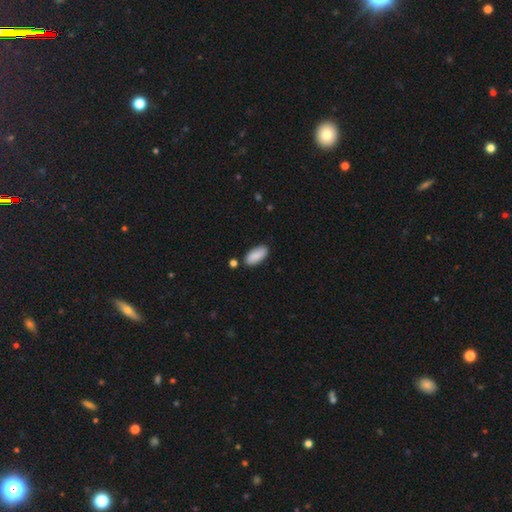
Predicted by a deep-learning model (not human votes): A smooth galaxy with no disk features (88%) that is in between round and cigar-shaped (86%). Merging: none (83%).